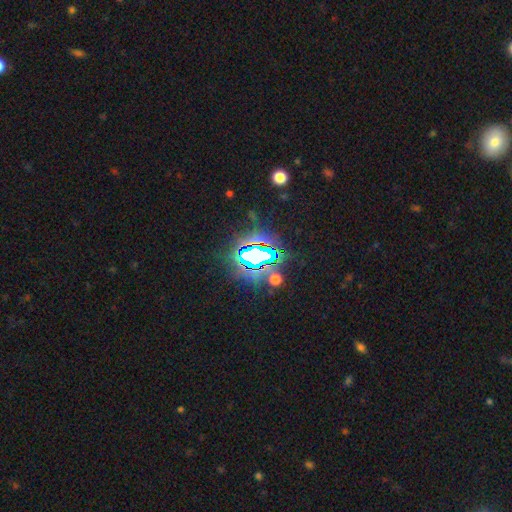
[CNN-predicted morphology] Q: Smooth or featured?
A: star or artifact (75%); runner-up: smooth (15%)